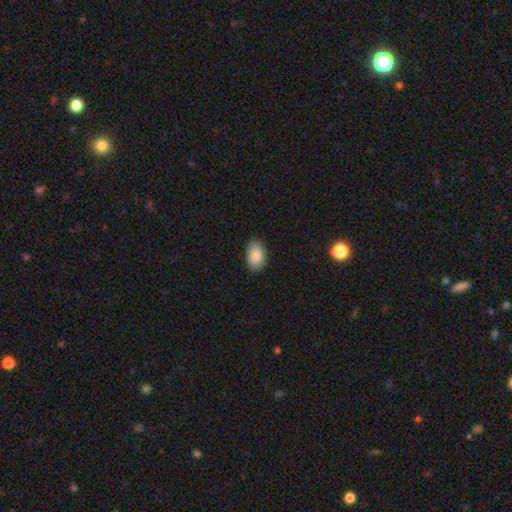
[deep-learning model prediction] Overall: smooth (85%). How rounded: in between (91%). Merging: none (86%).